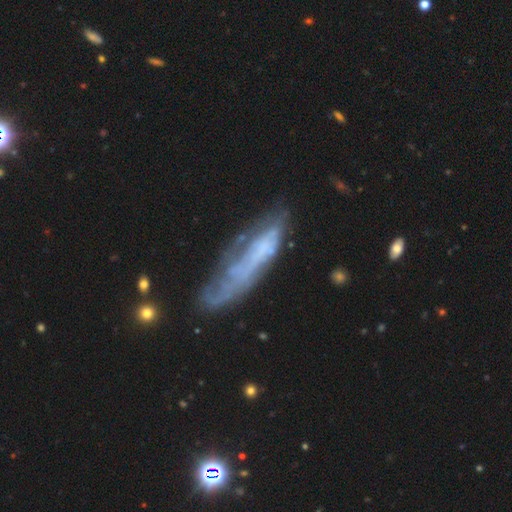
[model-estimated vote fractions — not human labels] Q: Smooth or featured?
A: featured or disk (55%); runner-up: smooth (35%)
Q: Edge-on disk?
A: no (61%); runner-up: yes (39%)
Q: Merging?
A: none (43%); runner-up: minor disturbance (26%)